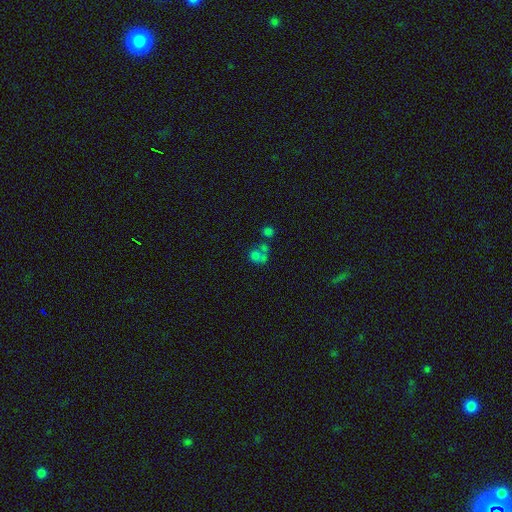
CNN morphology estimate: type=smooth (39%); merging=none (39%).